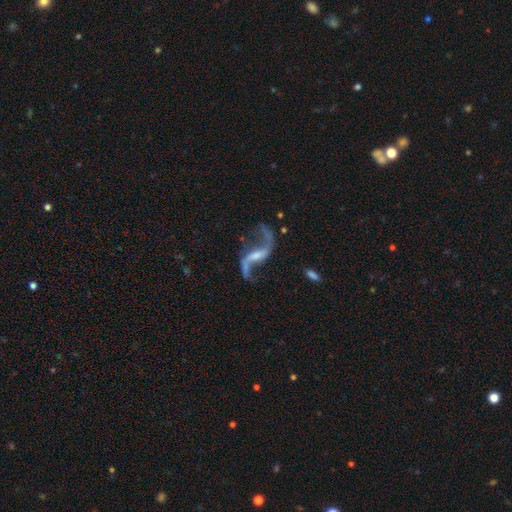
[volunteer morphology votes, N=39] A featured or disk galaxy (95%) with a weak bar (47%), 2 (88%) loose (97%) spiral arms (94%) and a small central bulge (58%). Merging: none (55%).